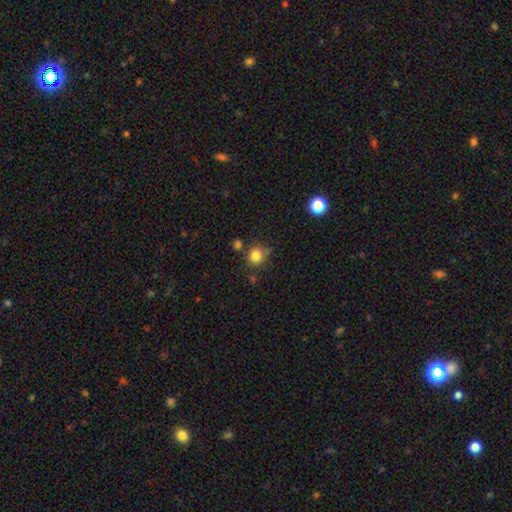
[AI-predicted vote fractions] This is clearly a smooth galaxy (82%). How rounded: clearly round (86%). Merging: likely none (72%).